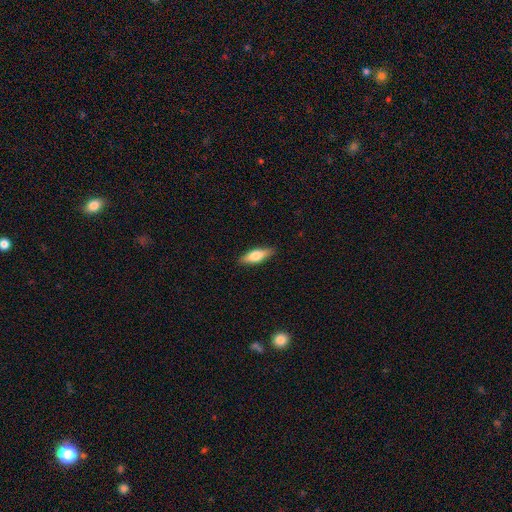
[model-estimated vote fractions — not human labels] Morphology: type=smooth (66%); roundness=in between (55%); merging=none (88%).